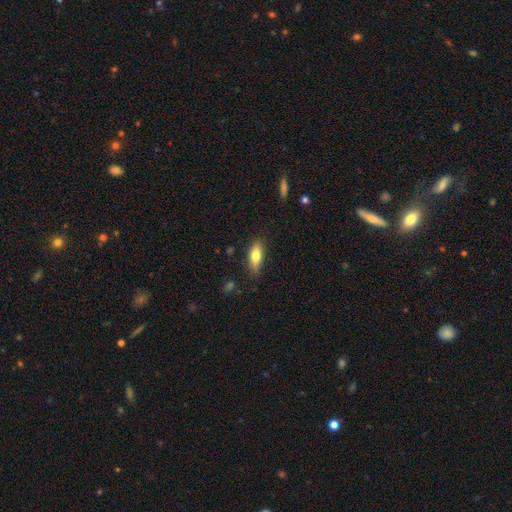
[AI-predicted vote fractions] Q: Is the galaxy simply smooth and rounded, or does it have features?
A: smooth — 74%.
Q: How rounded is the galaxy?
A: in between — 70%.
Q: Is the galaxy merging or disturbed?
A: none — 83%.